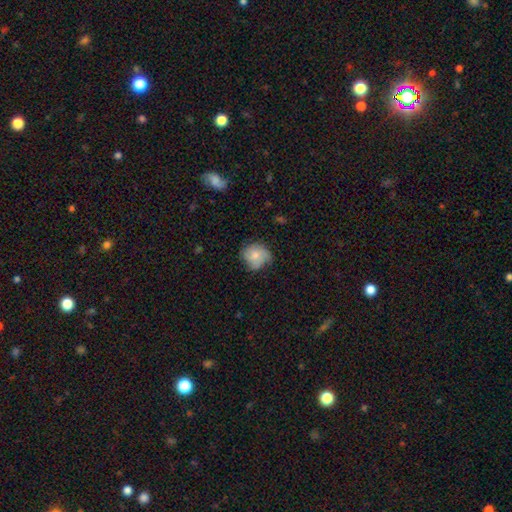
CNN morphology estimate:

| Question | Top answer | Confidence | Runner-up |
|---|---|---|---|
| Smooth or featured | smooth | 64% | featured or disk (28%) |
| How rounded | round | 77% | in between (22%) |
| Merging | none | 60% | minor disturbance (30%) |